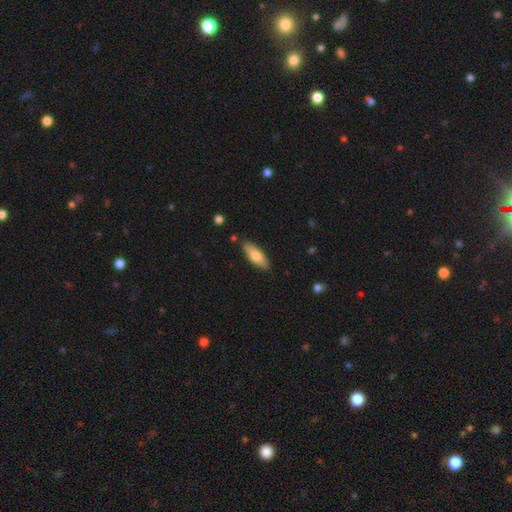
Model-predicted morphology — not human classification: A smooth galaxy with no disk features (70%) that is in between round and cigar-shaped (64%). Merging: none (85%).